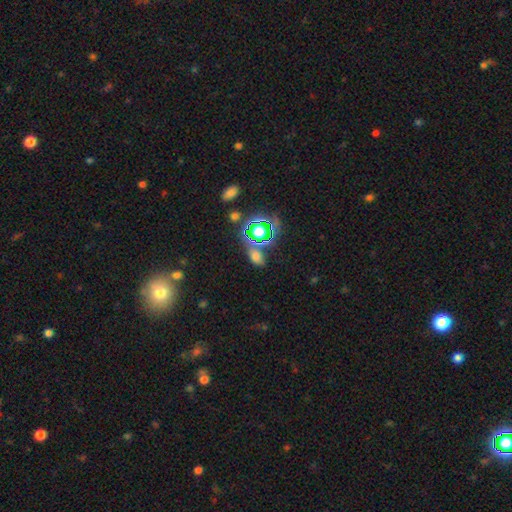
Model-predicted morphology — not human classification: A smooth galaxy with no disk features (52%) that is in between round and cigar-shaped (73%).

Vote fractions:
- Smooth or featured? smooth: 52% / star or artifact: 38% / featured or disk: 9%
- How rounded? in between: 73% / round: 22% / cigar-shaped: 4%
- Merging? none: 66% / merger: 14% / minor disturbance: 14% / major disturbance: 6%